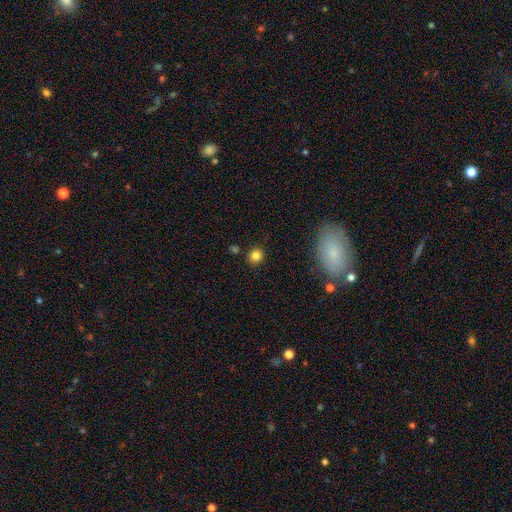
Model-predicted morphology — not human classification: The model was most divided on "smooth or featured": smooth: 83%, star or artifact: 12%, featured or disk: 5%. More confident: how rounded — round (90%); merging — none (86%).